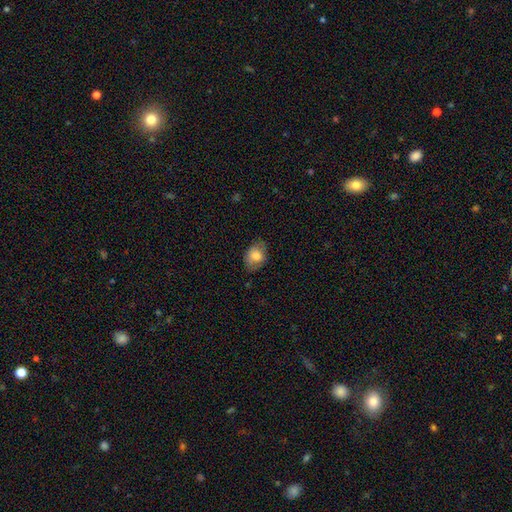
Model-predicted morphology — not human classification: smooth 78%, featured or disk 15%, star or artifact 8%. Down the decision tree: how rounded — in between (75%); merging — none (75%).